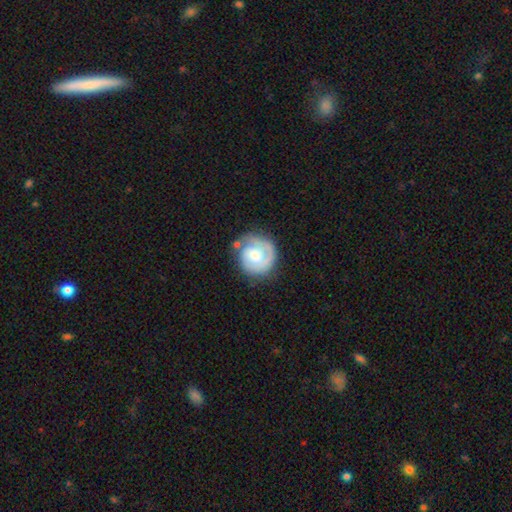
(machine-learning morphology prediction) Smooth or featured? Predicted: featured or disk (p=0.64). Edge-on disk? Predicted: no (p=0.98). Bar? Predicted: no (p=0.60). Spiral arms? Predicted: yes (p=0.87). Spiral winding? Predicted: tight (p=0.55). Spiral arm count? Predicted: 1 (p=0.42). Bulge size? Predicted: moderate (p=0.50). Merging? Predicted: none (p=0.65).